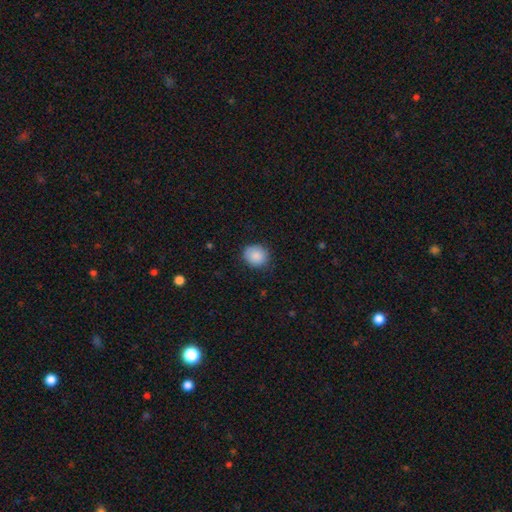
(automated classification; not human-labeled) smooth-or-featured: smooth: 88% | star or artifact: 8% | featured or disk: 4%
  how-rounded: round: 80% | in between: 19% | cigar-shaped: 1%
  merging: none: 84% | minor disturbance: 12% | major disturbance: 3% | merger: 1%